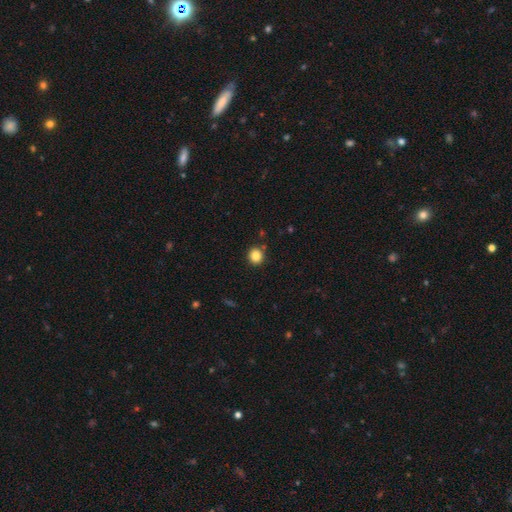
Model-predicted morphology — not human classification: type=smooth (85%); roundness=round (90%); merging=none (88%).